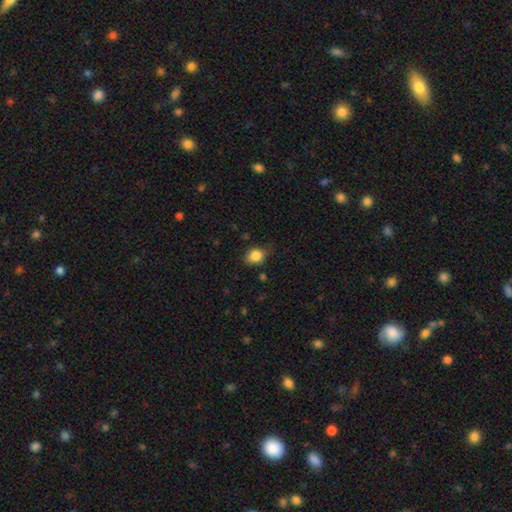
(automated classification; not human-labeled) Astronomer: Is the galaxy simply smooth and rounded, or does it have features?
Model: smooth — 85%.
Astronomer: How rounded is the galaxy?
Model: round — 54% (runner-up: in between, 45%).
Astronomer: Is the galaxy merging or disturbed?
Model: none — 71%.